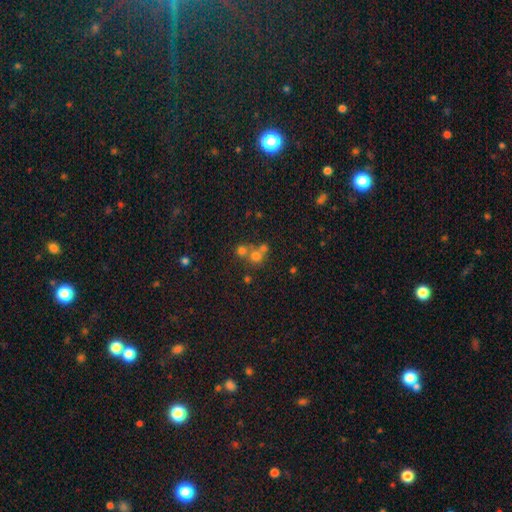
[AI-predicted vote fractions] smooth_or_featured: smooth (p=0.66) [alt: star or artifact p=0.20]
how_rounded: round (p=0.87) [alt: in between p=0.12]
merging: merger (p=0.47) [alt: none p=0.44]